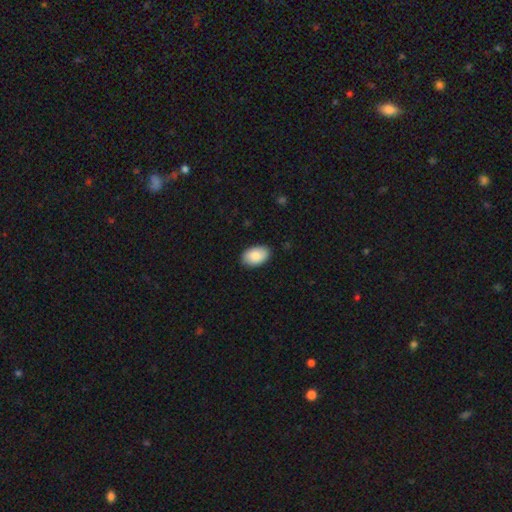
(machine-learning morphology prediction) Smooth or featured? smooth (86%)
How rounded? in between (91%)
Merging? none (88%)